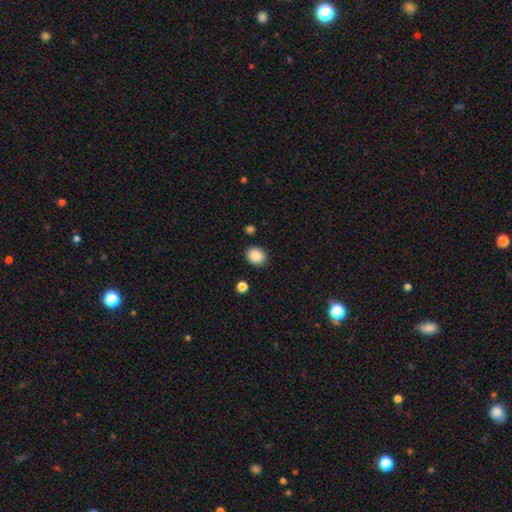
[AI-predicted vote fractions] A smooth galaxy with no disk features (88%) that is round (72%). Merging: none (87%).